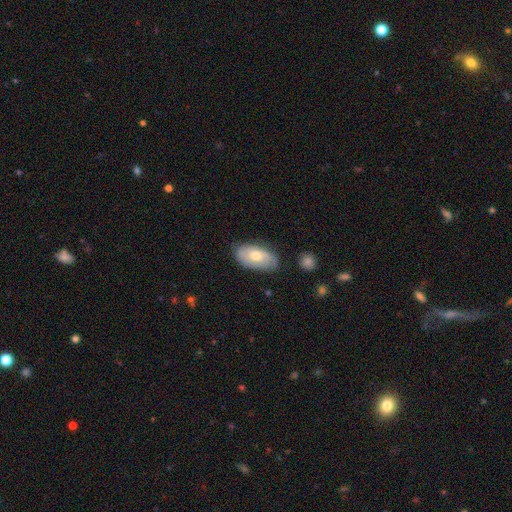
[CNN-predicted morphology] smooth_or_featured: smooth (p=0.58) [alt: featured or disk p=0.36]
how_rounded: in between (p=0.93) [alt: round p=0.04]
merging: none (p=0.72) [alt: minor disturbance p=0.22]